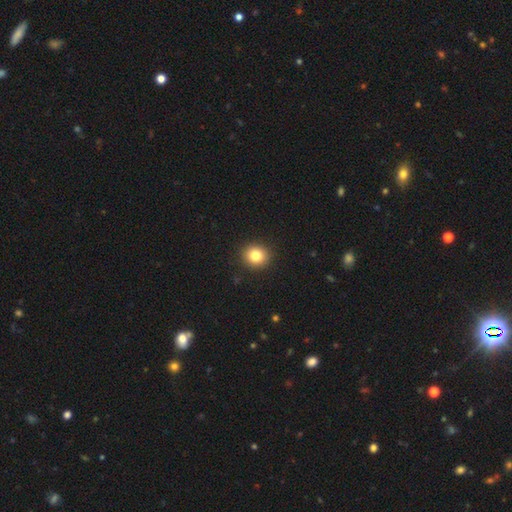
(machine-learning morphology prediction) type=smooth (83%); roundness=round (79%); merging=none (92%).